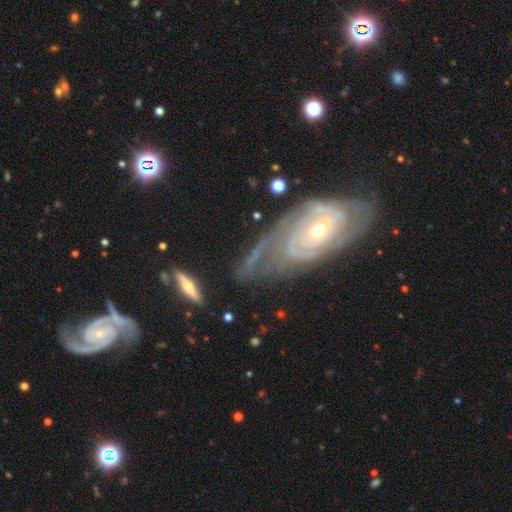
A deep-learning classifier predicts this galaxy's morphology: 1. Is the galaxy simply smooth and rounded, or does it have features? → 85% featured or disk, 8% smooth, 7% star or artifact.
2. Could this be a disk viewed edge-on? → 91% no, 9% yes.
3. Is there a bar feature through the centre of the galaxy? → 56% no, 30% weak, 13% strong.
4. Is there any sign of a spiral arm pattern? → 93% yes, 7% no.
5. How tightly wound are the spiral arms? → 66% tight, 26% medium, 8% loose.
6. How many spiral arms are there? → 34% can't tell, 33% 2, 16% 3, 7% 4, 6% 1, 5% more than 4.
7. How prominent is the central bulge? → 54% small, 42% moderate, 2% large, 1% none, 1% dominant.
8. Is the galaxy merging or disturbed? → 53% none, 24% minor disturbance, 18% major disturbance, 5% merger.